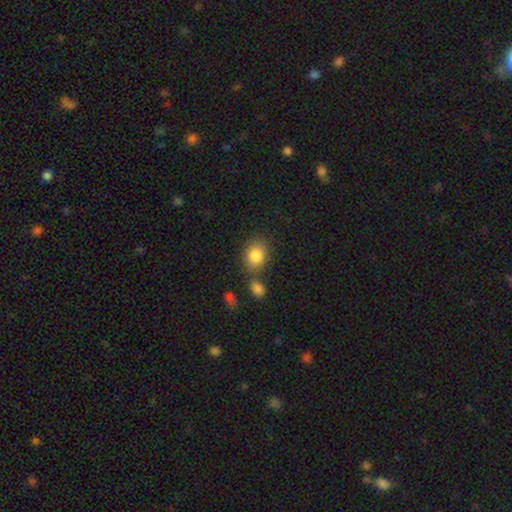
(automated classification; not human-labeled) Smooth or featured: smooth — 86% (star or artifact — 8%)
How rounded: in between — 57% (round — 41%)
Merging: none — 66% (merger — 15%)